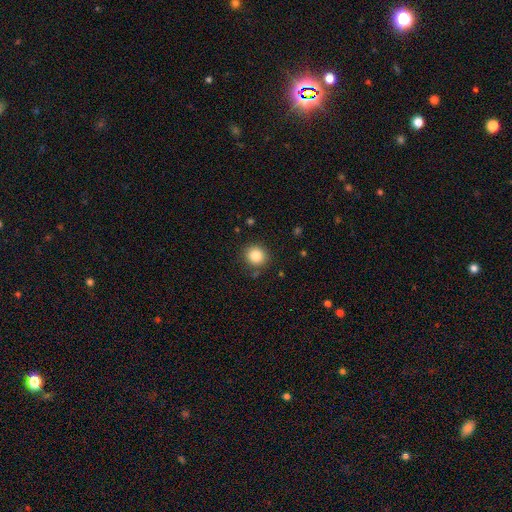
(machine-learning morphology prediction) smooth-or-featured: smooth: 84% | star or artifact: 10% | featured or disk: 6%
  how-rounded: round: 90% | in between: 9% | cigar-shaped: 1%
  merging: none: 87% | minor disturbance: 8% | major disturbance: 2% | merger: 2%